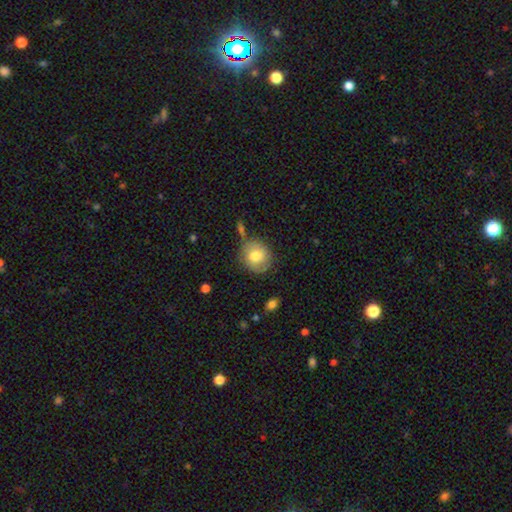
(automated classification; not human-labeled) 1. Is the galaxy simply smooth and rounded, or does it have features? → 74% smooth, 19% featured or disk, 7% star or artifact.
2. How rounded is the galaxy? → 79% round, 20% in between, 1% cigar-shaped.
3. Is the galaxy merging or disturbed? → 70% none, 18% minor disturbance, 6% merger, 5% major disturbance.